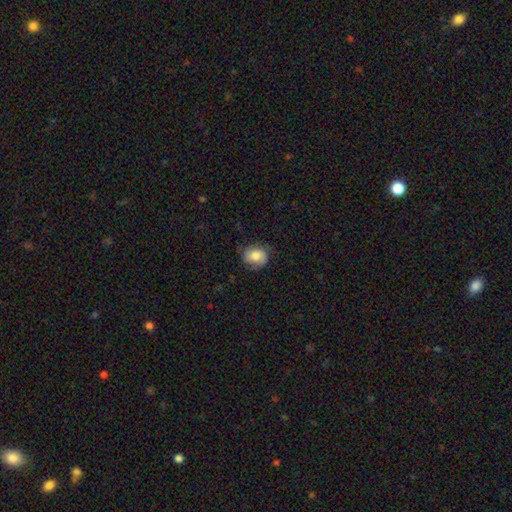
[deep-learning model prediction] This is likely a smooth galaxy (73%). How rounded: possibly round (59%). Merging: likely none (68%).